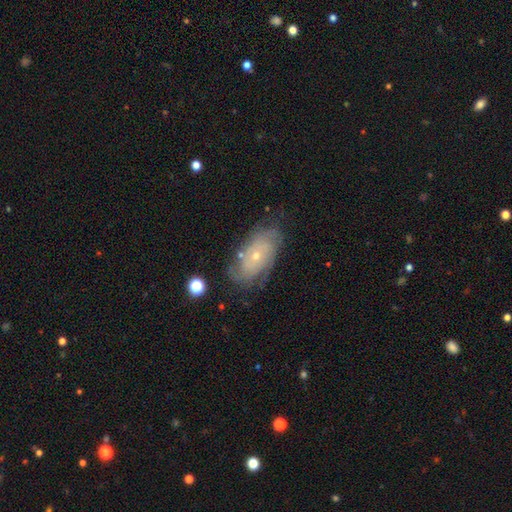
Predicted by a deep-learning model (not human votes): Q: Smooth or featured?
A: featured or disk (71%); runner-up: smooth (21%)
Q: Edge-on disk?
A: no (94%); runner-up: yes (6%)
Q: Bar?
A: no (82%); runner-up: weak (15%)
Q: Spiral arms?
A: yes (85%); runner-up: no (15%)
Q: Spiral winding?
A: tight (65%); runner-up: medium (26%)
Q: Spiral arm count?
A: can't tell (51%); runner-up: 2 (18%)
Q: Bulge size?
A: small (76%); runner-up: moderate (21%)
Q: Merging?
A: none (72%); runner-up: minor disturbance (19%)